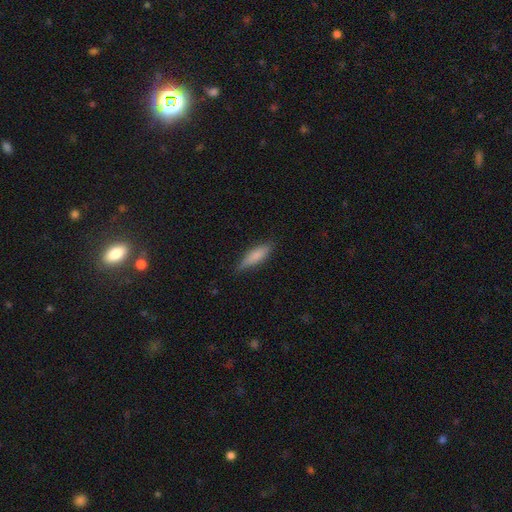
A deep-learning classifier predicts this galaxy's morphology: Q: Smooth or featured?
A: smooth (79%); runner-up: featured or disk (15%)
Q: How rounded?
A: cigar-shaped (64%); runner-up: in between (34%)
Q: Merging?
A: none (79%); runner-up: minor disturbance (17%)